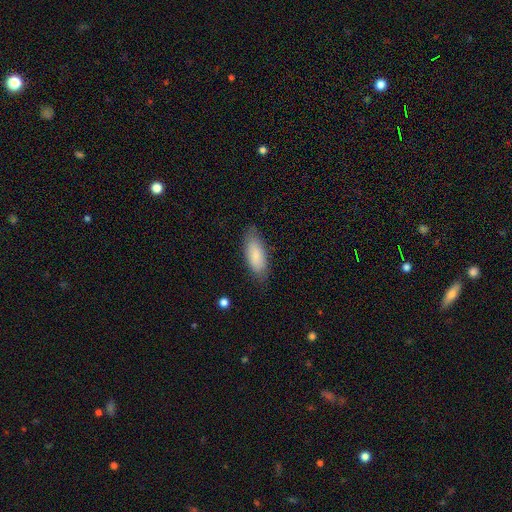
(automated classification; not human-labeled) smooth_or_featured: smooth (p=0.85) [alt: featured or disk p=0.09]
how_rounded: in between (p=0.79) [alt: cigar-shaped p=0.20]
merging: none (p=0.78) [alt: minor disturbance p=0.17]